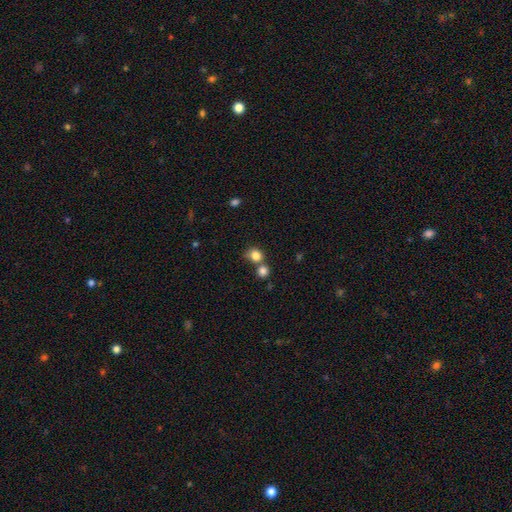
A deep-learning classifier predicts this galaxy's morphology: The model was most divided on "merging": none: 50%, merger: 35%, minor disturbance: 11%, major disturbance: 4%. More confident: smooth or featured — smooth (82%); how rounded — round (77%).